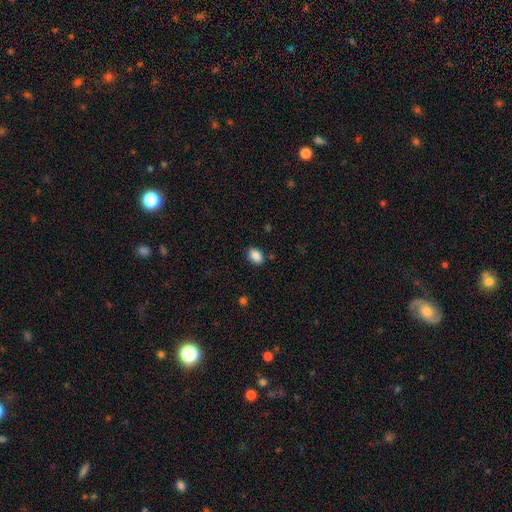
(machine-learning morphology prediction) Smooth or featured? Predicted: smooth (p=0.88). How rounded? Predicted: in between (p=0.84). Merging? Predicted: none (p=0.85).